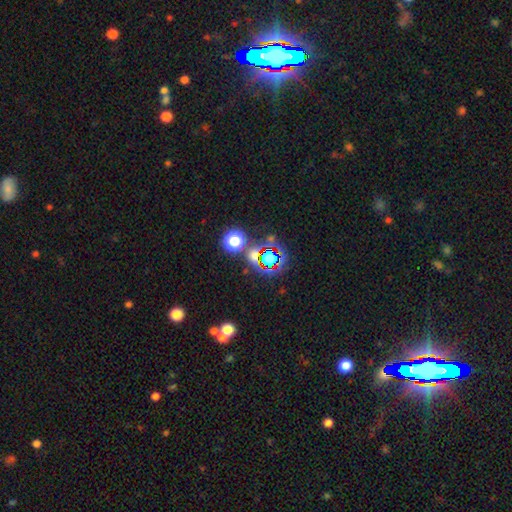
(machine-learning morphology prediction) star or artifact 61%, smooth 28%, featured or disk 11%.